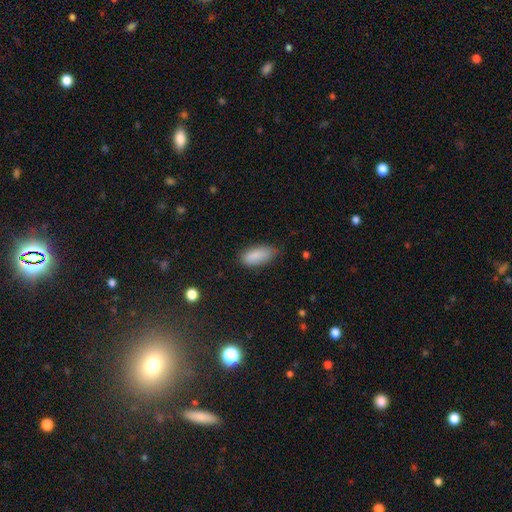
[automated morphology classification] smooth 87%, star or artifact 7%, featured or disk 6%. Down the decision tree: how rounded — in between (87%); merging — none (64%).